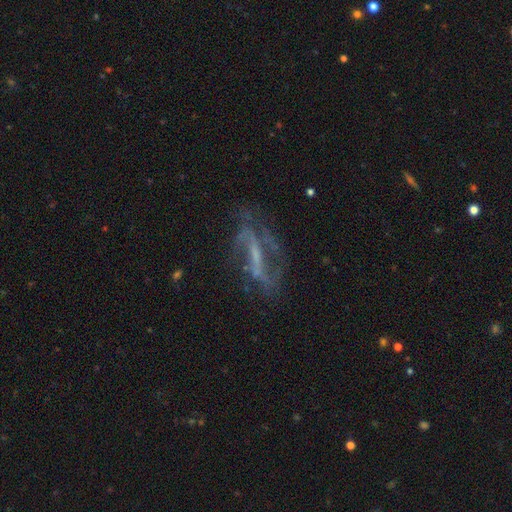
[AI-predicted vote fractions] This is likely a featured or disk galaxy (75%). It is clearly not viewed edge-on (80%). Bar: possibly strong (46%). Spiral arm pattern: likely yes (76%). Central bulge: marginally small (41%). Merging: possibly none (55%).